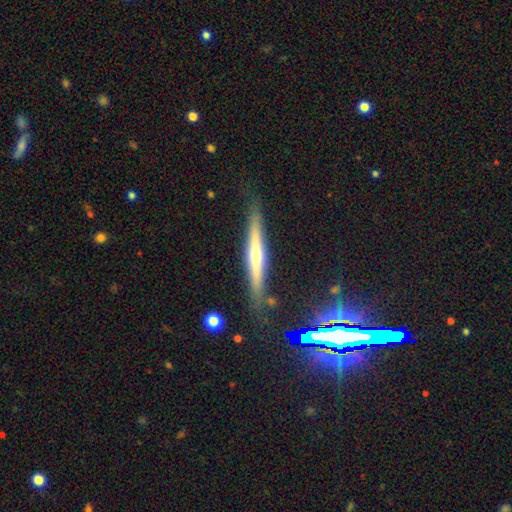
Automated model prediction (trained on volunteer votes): Q: Smooth or featured?
A: featured or disk (62%); runner-up: smooth (29%)
Q: Edge-on disk?
A: yes (96%); runner-up: no (4%)
Q: Edge-on bulge?
A: rounded (72%); runner-up: none (22%)
Q: Merging?
A: none (85%); runner-up: minor disturbance (11%)